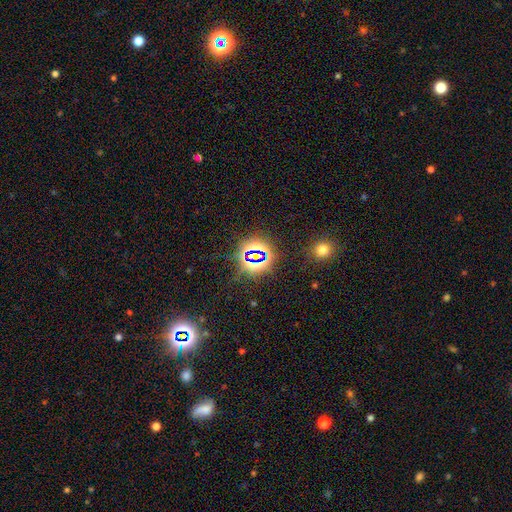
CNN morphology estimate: Overall: star or artifact (78%).